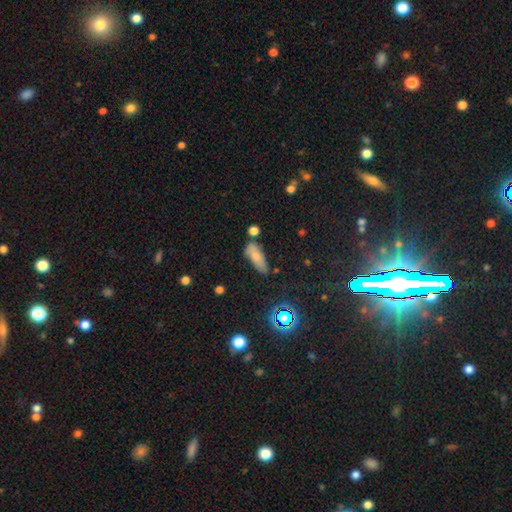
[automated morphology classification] smooth-or-featured: smooth: 75% | featured or disk: 13% | star or artifact: 12%
  how-rounded: in between: 64% | cigar-shaped: 33% | round: 3%
  merging: none: 54% | minor disturbance: 28% | merger: 9% | major disturbance: 9%